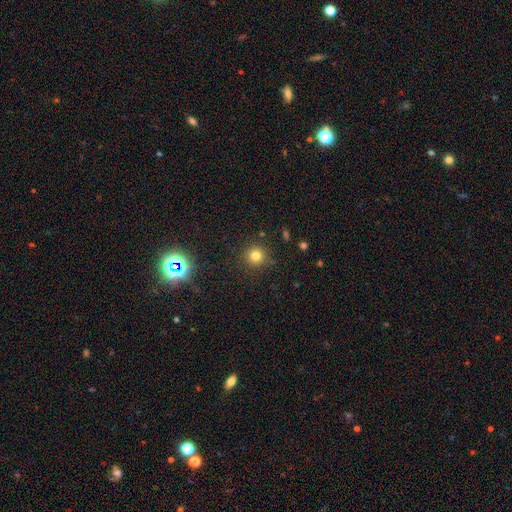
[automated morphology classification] Smooth or featured?
  - smooth: 77% *
  - star or artifact: 16%
  - featured or disk: 6%
How rounded?
  - round: 94% *
  - in between: 5%
  - cigar-shaped: 1%
Merging?
  - none: 87% *
  - minor disturbance: 8%
  - major disturbance: 3%
  - merger: 2%